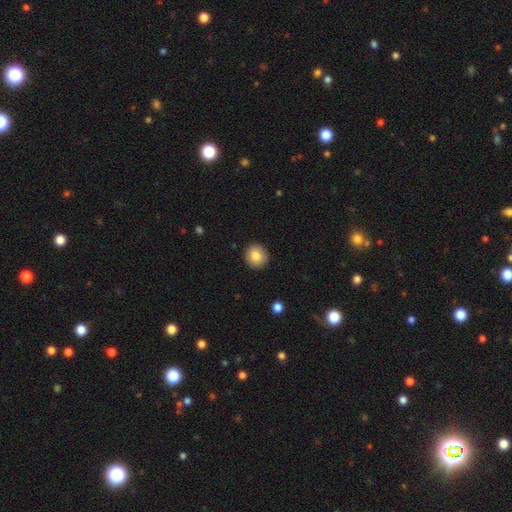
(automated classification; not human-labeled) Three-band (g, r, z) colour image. It shows a smooth galaxy with no disk features (83%) that is round (91%). Merging: none (92%).